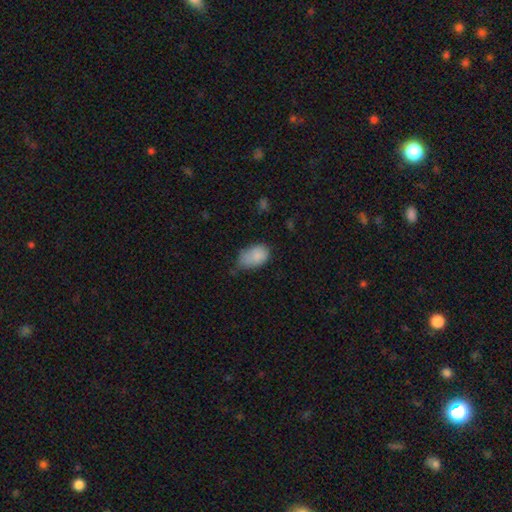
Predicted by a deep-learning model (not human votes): This is clearly a smooth galaxy (84%). How rounded: clearly in between (89%). Merging: marginally minor disturbance (45%).